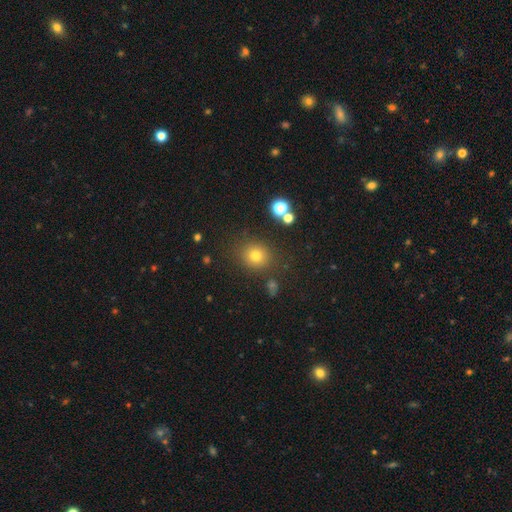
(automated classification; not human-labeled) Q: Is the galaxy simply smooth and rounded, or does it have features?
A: smooth — 74%.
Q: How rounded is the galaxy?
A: round — 81%.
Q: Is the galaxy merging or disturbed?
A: none — 82%.